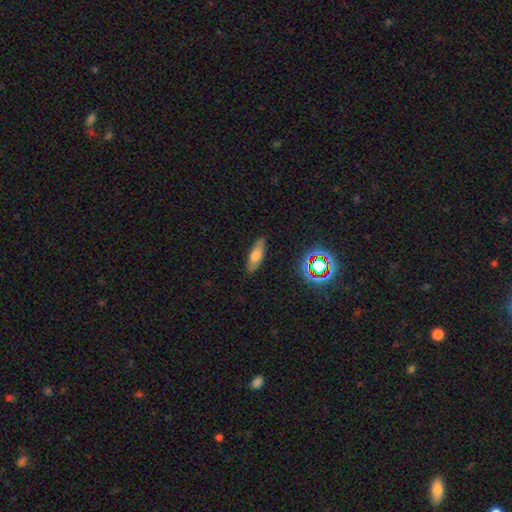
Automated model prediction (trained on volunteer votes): smooth-or-featured: smooth: 63% | featured or disk: 26% | star or artifact: 11%
  how-rounded: in between: 52% | cigar-shaped: 45% | round: 3%
  merging: none: 86% | minor disturbance: 10% | major disturbance: 2% | merger: 1%